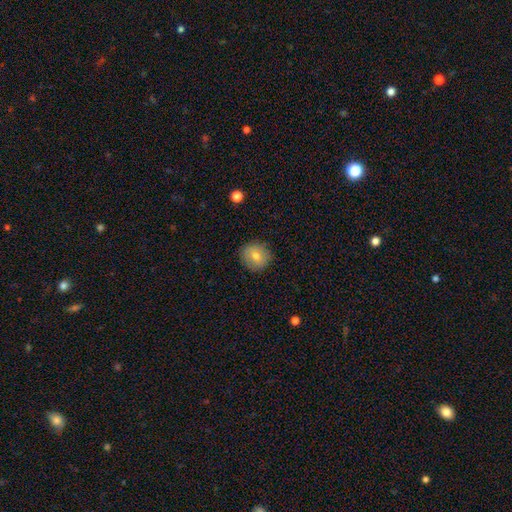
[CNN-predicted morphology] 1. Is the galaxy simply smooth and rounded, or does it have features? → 72% smooth, 18% featured or disk, 11% star or artifact.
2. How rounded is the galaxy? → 89% round, 10% in between, 1% cigar-shaped.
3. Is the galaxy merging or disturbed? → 89% none, 8% minor disturbance, 2% major disturbance, 1% merger.